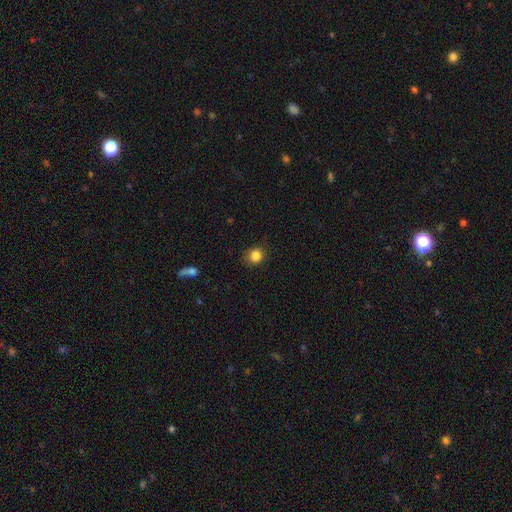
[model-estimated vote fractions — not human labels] A smooth galaxy with no disk features (84%) that is round (84%). Merging: none (82%).